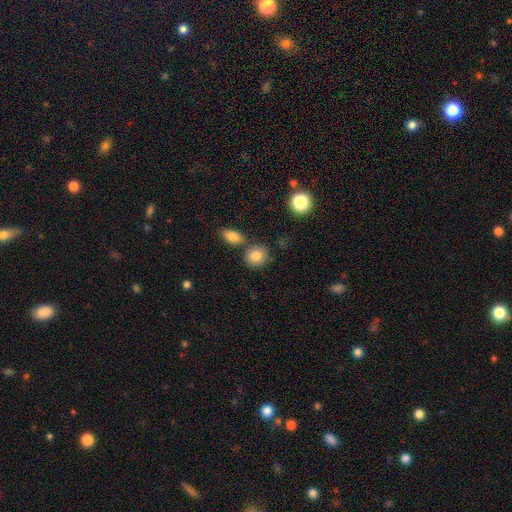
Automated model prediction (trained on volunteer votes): Smooth or featured? Predicted: smooth (p=0.84). How rounded? Predicted: round (p=0.74). Merging? Predicted: none (p=0.68).